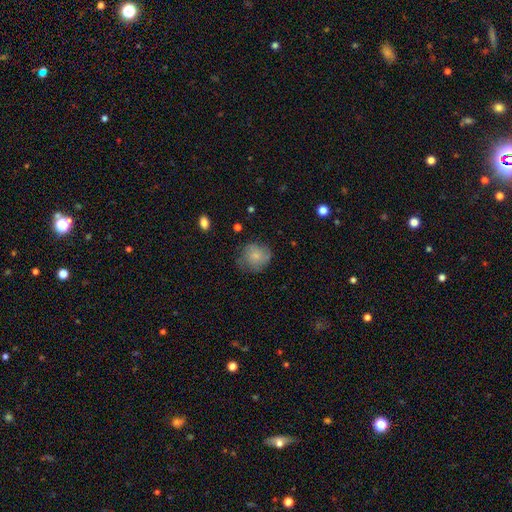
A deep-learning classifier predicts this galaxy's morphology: smooth_or_featured: smooth (p=0.76) [alt: featured or disk p=0.16]
how_rounded: round (p=0.81) [alt: in between p=0.18]
merging: none (p=0.60) [alt: minor disturbance p=0.28]